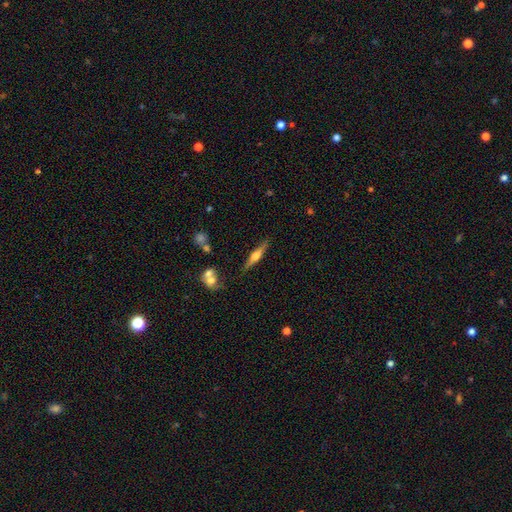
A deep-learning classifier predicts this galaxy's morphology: Smooth or featured: featured or disk — 61% (smooth — 32%)
Edge-on disk: yes — 96% (no — 4%)
Edge-on bulge: rounded — 88% (boxy — 8%)
Merging: none — 84% (minor disturbance — 10%)